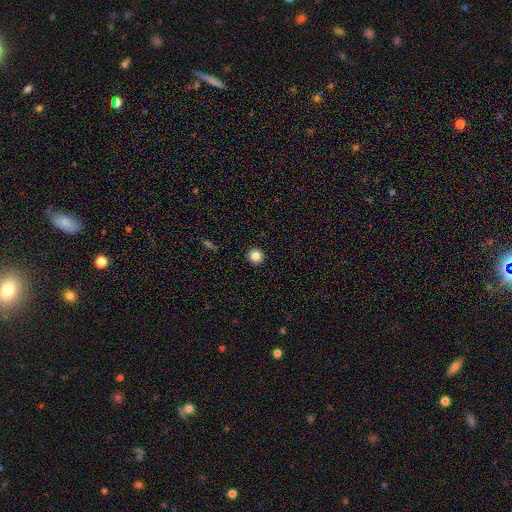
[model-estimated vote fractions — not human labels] smooth-or-featured: smooth: 85% | star or artifact: 11% | featured or disk: 4%
  how-rounded: round: 94% | in between: 5% | cigar-shaped: 1%
  merging: none: 93% | minor disturbance: 5% | major disturbance: 2% | merger: 1%